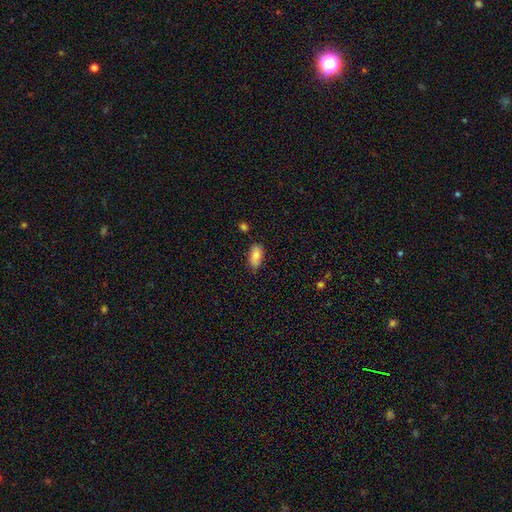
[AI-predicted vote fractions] smooth-or-featured: smooth: 84% | featured or disk: 9% | star or artifact: 7%
  how-rounded: in between: 91% | cigar-shaped: 6% | round: 3%
  merging: none: 78% | minor disturbance: 17% | major disturbance: 3% | merger: 3%